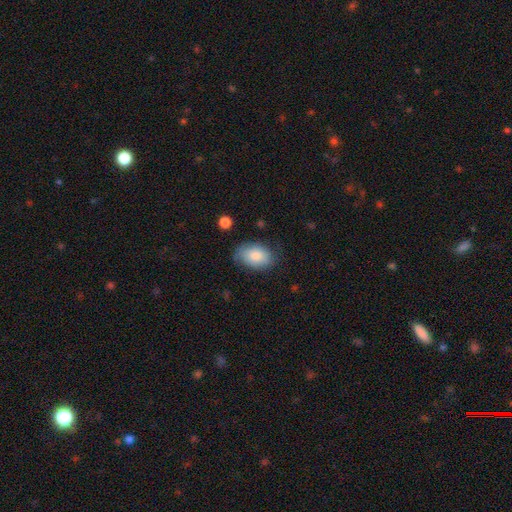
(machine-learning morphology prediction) A smooth galaxy with no disk features (83%) that is in between round and cigar-shaped (88%). Merging: none (71%).